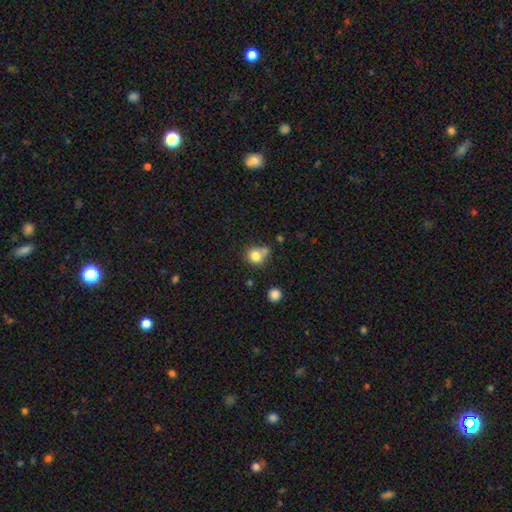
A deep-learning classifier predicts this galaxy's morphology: A smooth galaxy with no disk features (80%) that is round (80%). Merging: none (50%).